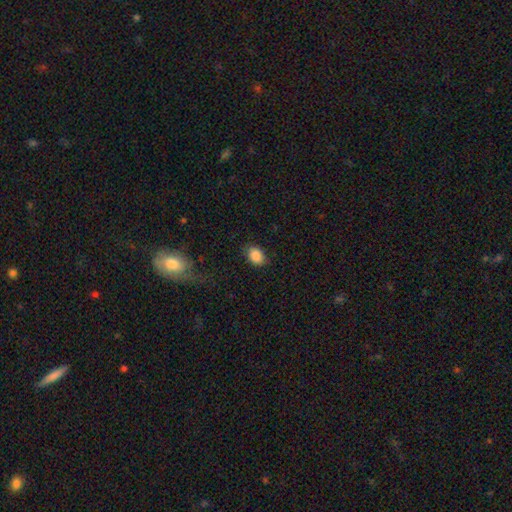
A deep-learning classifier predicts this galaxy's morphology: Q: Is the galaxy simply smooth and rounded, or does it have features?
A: smooth — 88%.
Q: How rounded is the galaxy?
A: in between — 75%.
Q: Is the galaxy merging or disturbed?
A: none — 82%.